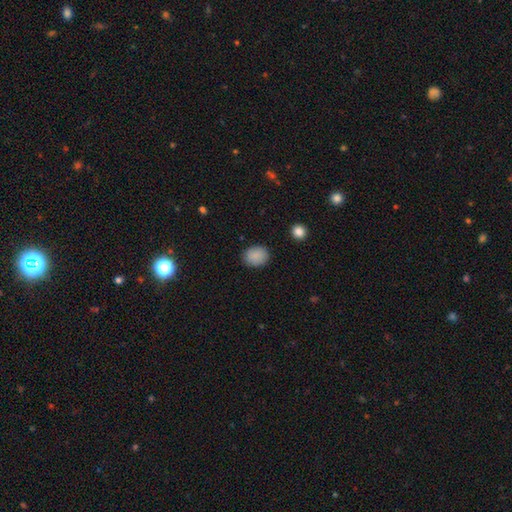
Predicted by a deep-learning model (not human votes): A smooth galaxy with no disk features (89%) that is round (53%). Merging: none (87%).